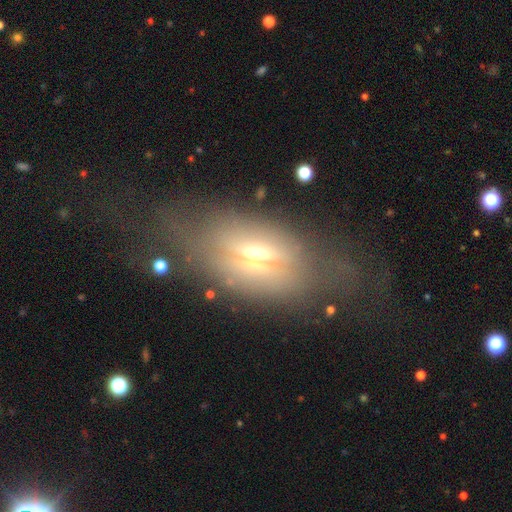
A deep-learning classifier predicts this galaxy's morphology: A featured or disk galaxy (53%) viewed edge-on (65%). Merging: none (47%).